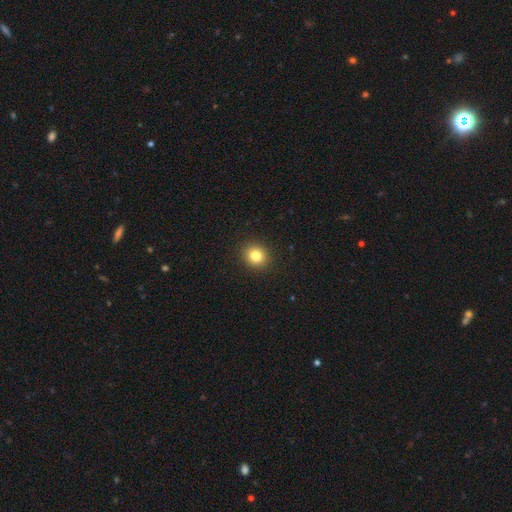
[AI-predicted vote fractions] The model was most divided on "how rounded": round: 80%, in between: 19%, cigar-shaped: 1%. More confident: merging — none (92%); smooth or featured — smooth (82%).